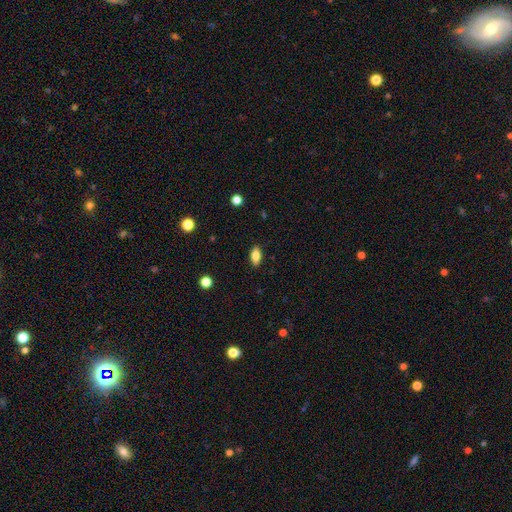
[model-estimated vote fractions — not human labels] smooth-or-featured: smooth: 82% | featured or disk: 10% | star or artifact: 8%
  how-rounded: in between: 88% | cigar-shaped: 8% | round: 5%
  merging: none: 87% | minor disturbance: 9% | major disturbance: 2% | merger: 1%